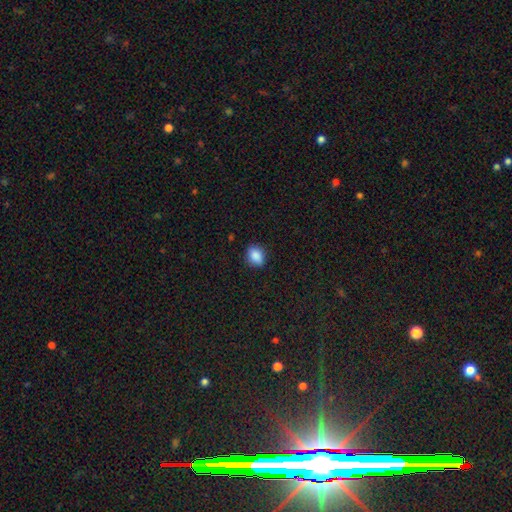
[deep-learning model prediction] This is clearly a smooth galaxy (87%). How rounded: likely in between (61%). Merging: clearly none (83%).